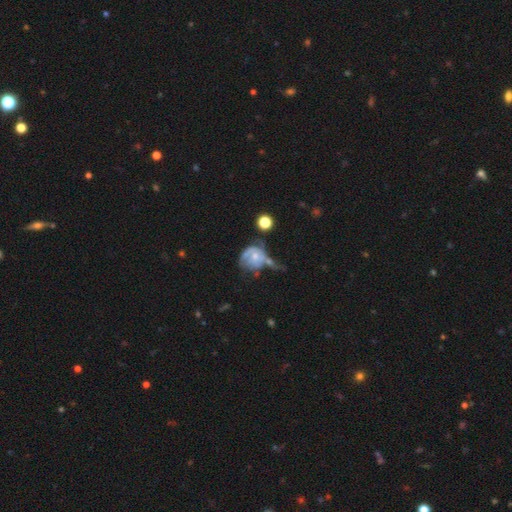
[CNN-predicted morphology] Smooth or featured?
  - featured or disk: 68% *
  - smooth: 25%
  - star or artifact: 7%
Edge-on disk?
  - no: 97% *
  - yes: 3%
Bar?
  - no: 76% *
  - weak: 20%
  - strong: 4%
Spiral arms?
  - yes: 76% *
  - no: 24%
Bulge size?
  - moderate: 48% *
  - small: 45%
  - none: 3%
  - large: 3%
  - dominant: 1%
Merging?
  - none: 30% *
  - major disturbance: 25%
  - merger: 24%
  - minor disturbance: 21%